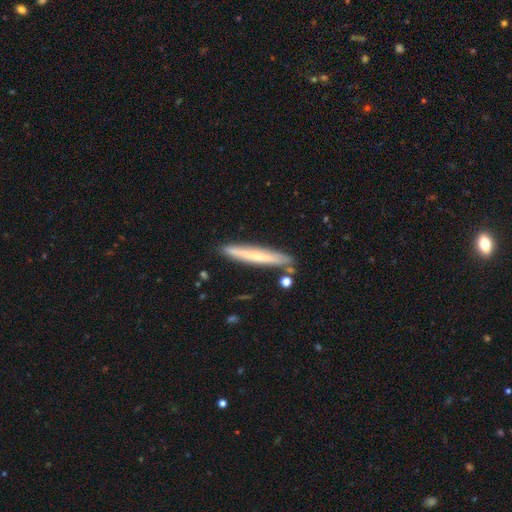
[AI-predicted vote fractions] Smooth or featured? Predicted: smooth (p=0.58). How rounded? Predicted: cigar-shaped (p=0.95). Merging? Predicted: none (p=0.84).